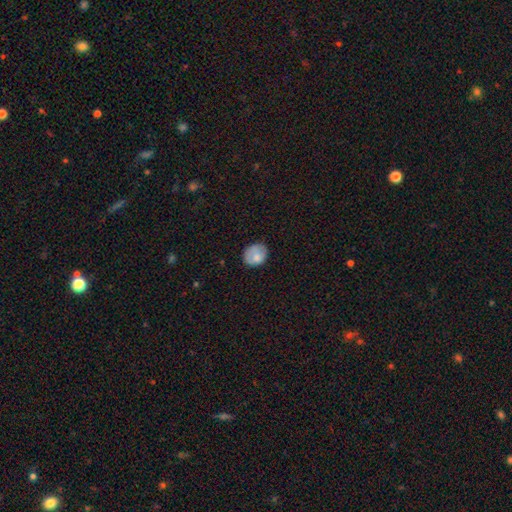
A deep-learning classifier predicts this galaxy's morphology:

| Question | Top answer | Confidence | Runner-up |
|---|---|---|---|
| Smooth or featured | smooth | 77% | featured or disk (15%) |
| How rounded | round | 60% | in between (39%) |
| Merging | none | 70% | minor disturbance (22%) |